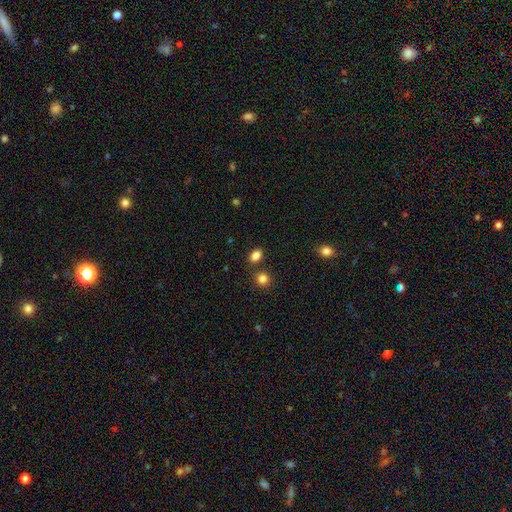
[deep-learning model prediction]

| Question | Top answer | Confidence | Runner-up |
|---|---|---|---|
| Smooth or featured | smooth | 84% | star or artifact (11%) |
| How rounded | in between | 71% | round (28%) |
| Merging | none | 76% | merger (11%) |